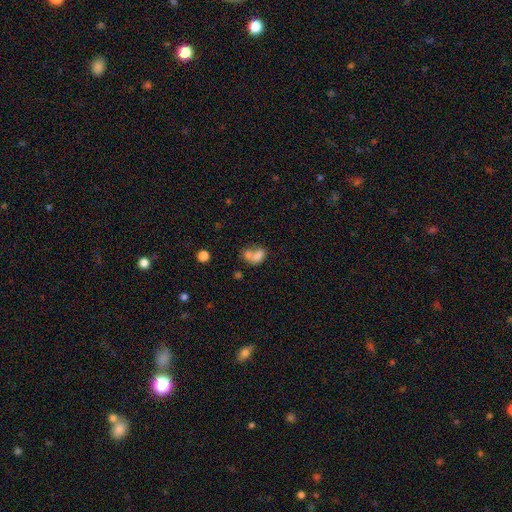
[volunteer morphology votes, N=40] Smooth or featured? 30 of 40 (75%) said smooth. How rounded? 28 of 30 (93%) said in between. Merging? 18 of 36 (50%) said merger.